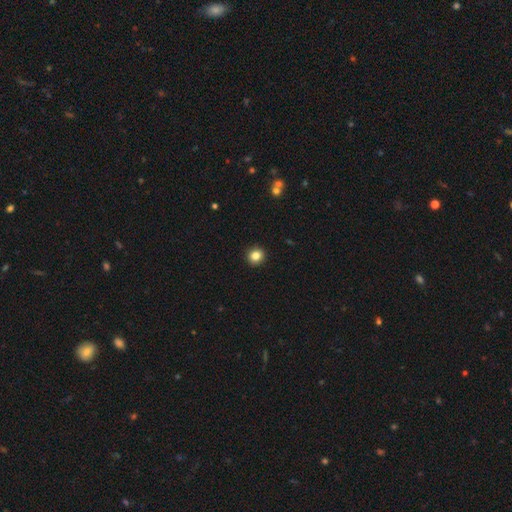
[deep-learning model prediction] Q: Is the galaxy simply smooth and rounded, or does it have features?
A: smooth — 84%.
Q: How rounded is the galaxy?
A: round — 92%.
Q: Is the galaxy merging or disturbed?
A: none — 93%.